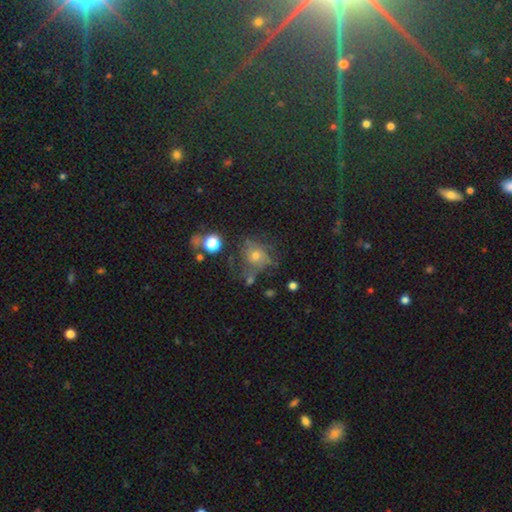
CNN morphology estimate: smooth-or-featured: smooth: 47% | featured or disk: 29% | star or artifact: 25%
  merging: none: 54% | minor disturbance: 21% | major disturbance: 17% | merger: 8%